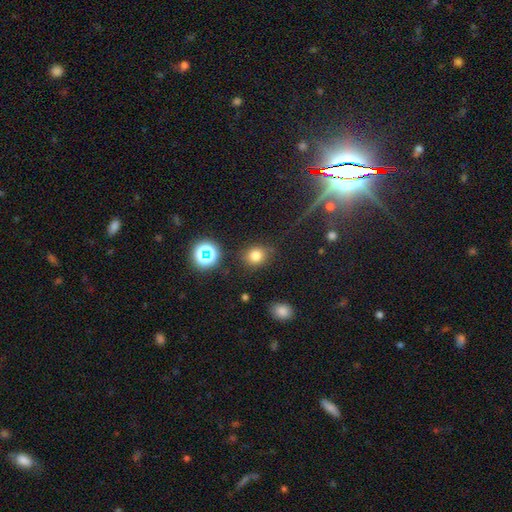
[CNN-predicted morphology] Smooth or featured: smooth — 77% (star or artifact — 16%)
How rounded: round — 72% (in between — 27%)
Merging: none — 80% (minor disturbance — 12%)